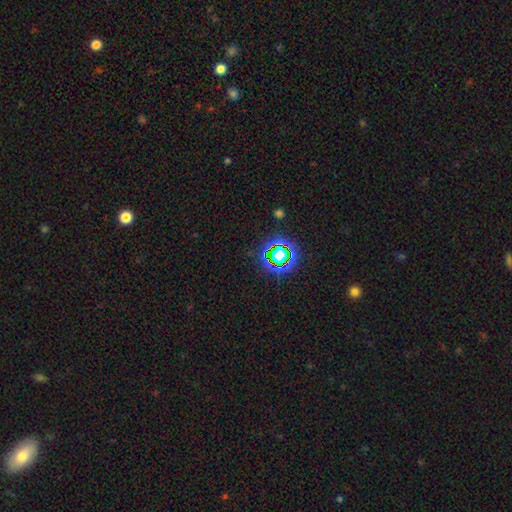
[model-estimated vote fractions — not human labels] Smooth or featured? Predicted: star or artifact (p=0.71).